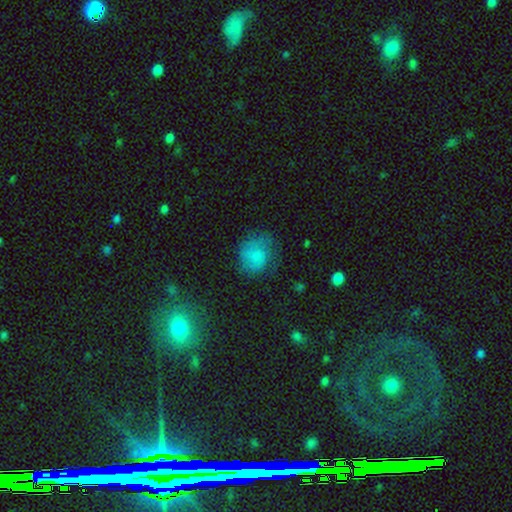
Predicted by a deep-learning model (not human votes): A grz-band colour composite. It shows a smooth galaxy with no disk features (71%) that is round (68%). Merging: none (54%).